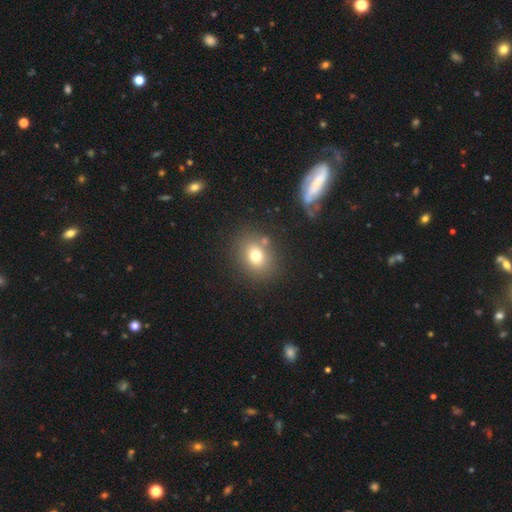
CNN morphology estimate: This is likely a smooth galaxy (73%). How rounded: possibly round (59%). Merging: likely none (78%).